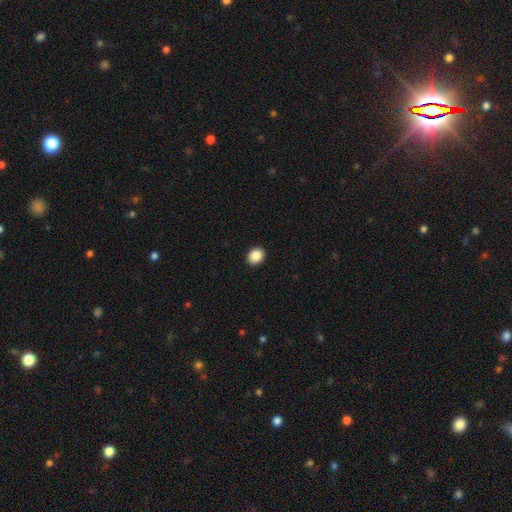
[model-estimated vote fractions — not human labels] Overall: smooth (88%). How rounded: round (66%; in between 33%). Merging: none (93%).